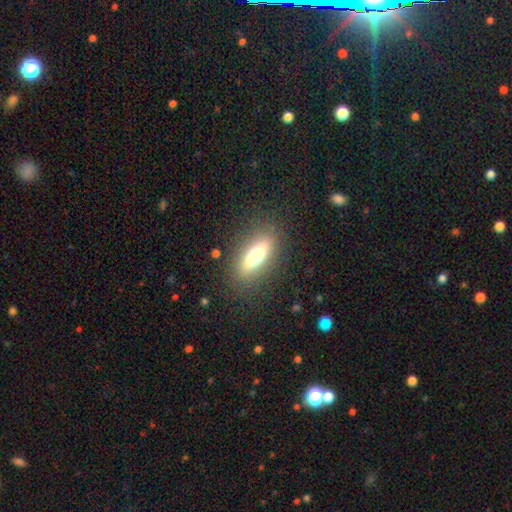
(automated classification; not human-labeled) Smooth or featured? Predicted: smooth (p=0.62). How rounded? Predicted: in between (p=0.54). Merging? Predicted: none (p=0.84).